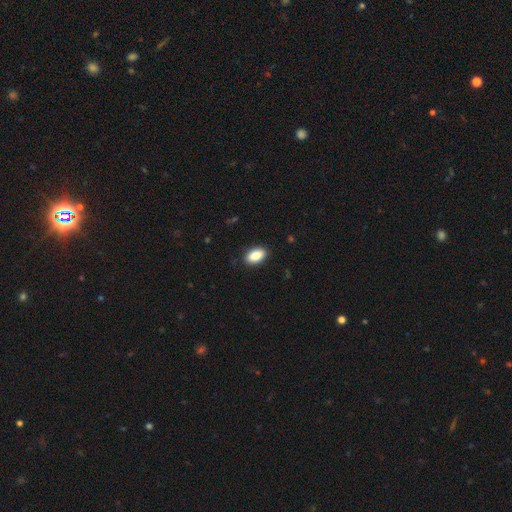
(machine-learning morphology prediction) The model was most divided on "merging": none: 88%, minor disturbance: 9%, major disturbance: 2%, merger: 1%. More confident: how rounded — in between (94%); smooth or featured — smooth (88%).